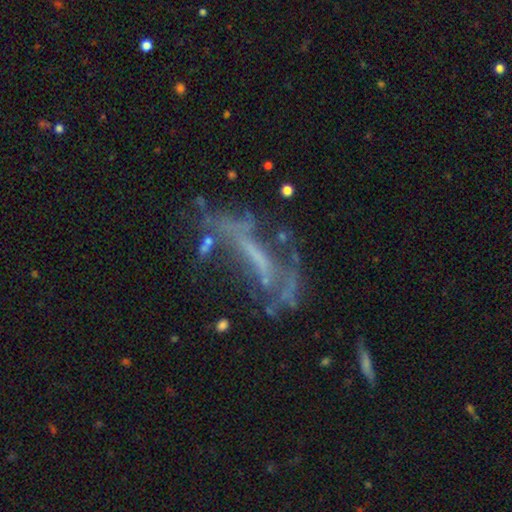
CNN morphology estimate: Smooth or featured: featured or disk — 67% (star or artifact — 19%)
Edge-on disk: no — 75% (yes — 25%)
Bar: strong — 39% (no — 37%)
Spiral arms: no — 57% (yes — 43%)
Bulge size: none — 63% (small — 21%)
Merging: none — 37% (major disturbance — 36%)